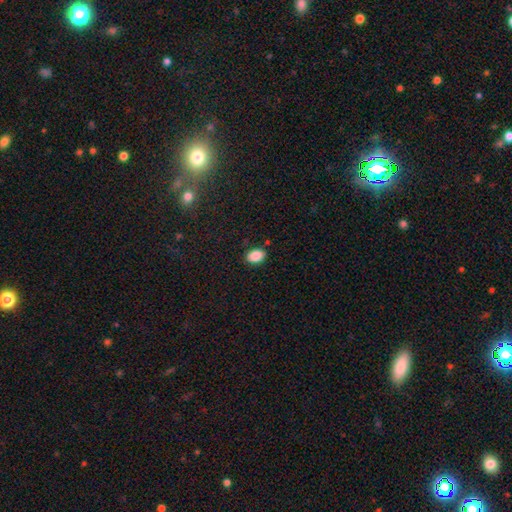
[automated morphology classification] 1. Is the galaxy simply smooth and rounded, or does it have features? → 88% smooth, 8% star or artifact, 4% featured or disk.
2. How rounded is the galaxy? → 85% in between, 14% round, 1% cigar-shaped.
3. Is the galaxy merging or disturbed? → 84% none, 12% minor disturbance, 2% major disturbance, 2% merger.